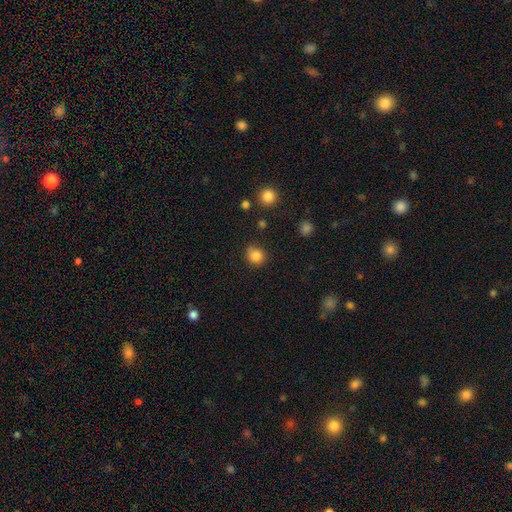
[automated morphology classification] smooth-or-featured: smooth: 84% | star or artifact: 11% | featured or disk: 5%
  how-rounded: round: 83% | in between: 16% | cigar-shaped: 1%
  merging: none: 77% | minor disturbance: 16% | major disturbance: 4% | merger: 3%